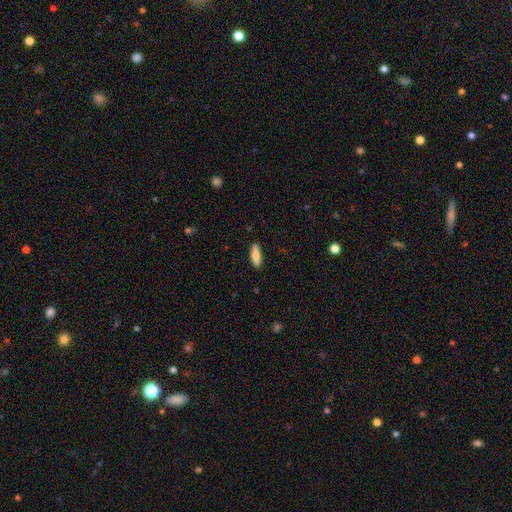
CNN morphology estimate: smooth_or_featured: smooth (p=0.85) [alt: featured or disk p=0.09]
how_rounded: cigar-shaped (p=0.49) [tied with: in between p=0.49]
merging: none (p=0.89) [alt: minor disturbance p=0.08]